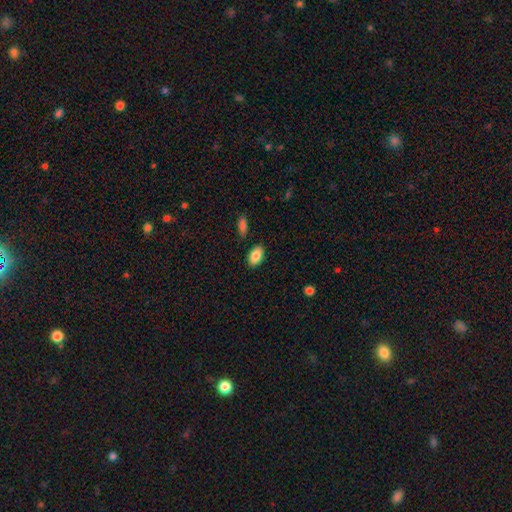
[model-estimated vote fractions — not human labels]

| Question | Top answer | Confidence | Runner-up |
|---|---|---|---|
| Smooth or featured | smooth | 87% | star or artifact (7%) |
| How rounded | in between | 92% | round (7%) |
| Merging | none | 87% | minor disturbance (9%) |